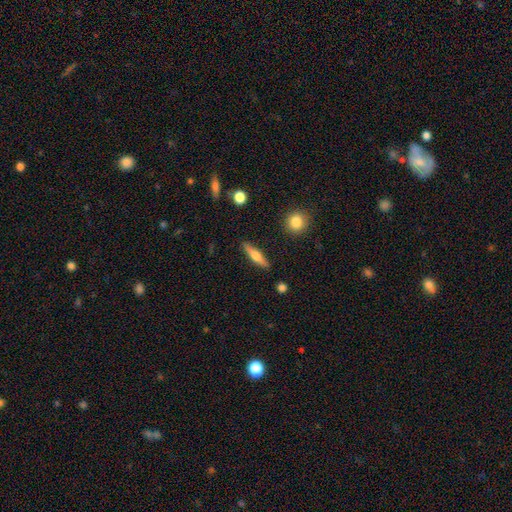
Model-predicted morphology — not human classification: smooth 48%, featured or disk 46%, star or artifact 6%. Down the decision tree: merging — none (89%).